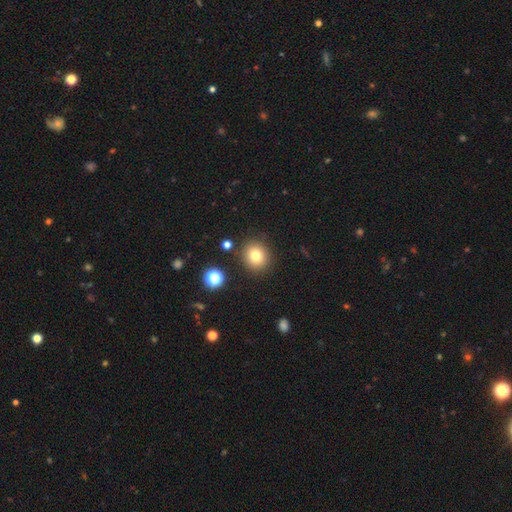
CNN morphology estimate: Smooth or featured: smooth — 78% (star or artifact — 13%)
How rounded: round — 82% (in between — 17%)
Merging: none — 87% (minor disturbance — 8%)